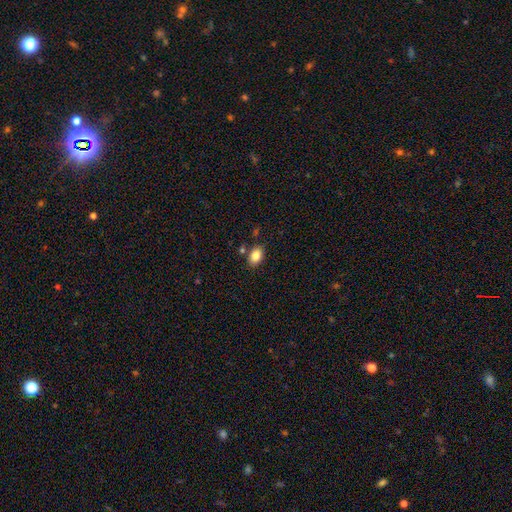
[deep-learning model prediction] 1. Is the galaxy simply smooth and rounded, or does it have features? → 85% smooth, 9% star or artifact, 6% featured or disk.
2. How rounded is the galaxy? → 83% in between, 16% round, 1% cigar-shaped.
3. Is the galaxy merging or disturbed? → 78% none, 13% minor disturbance, 6% merger, 3% major disturbance.